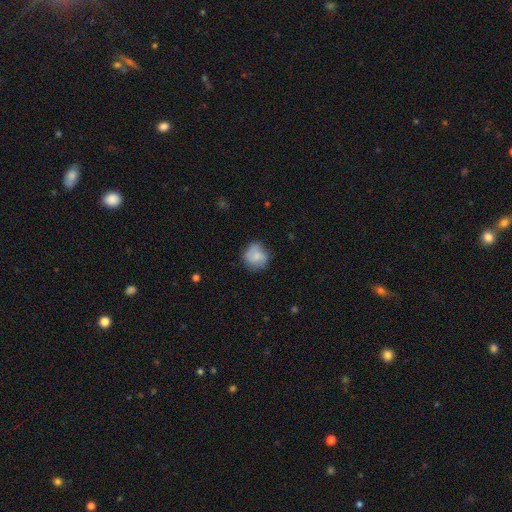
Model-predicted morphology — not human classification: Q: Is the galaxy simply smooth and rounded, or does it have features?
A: smooth — 68%.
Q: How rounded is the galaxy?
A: round — 83%.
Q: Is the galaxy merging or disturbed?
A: none — 66%.